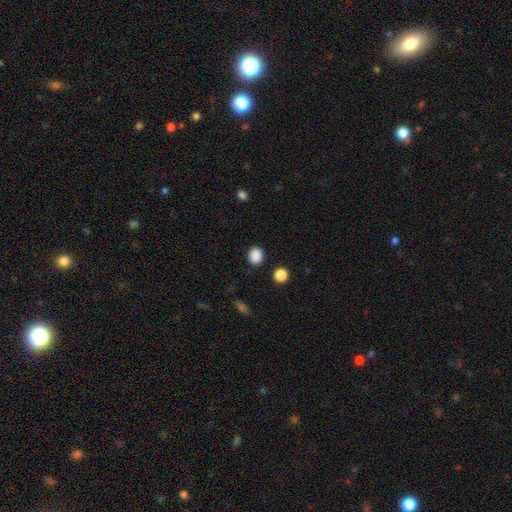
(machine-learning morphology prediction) smooth 88%, star or artifact 10%, featured or disk 3%. Down the decision tree: how rounded — round (53%); merging — none (88%).